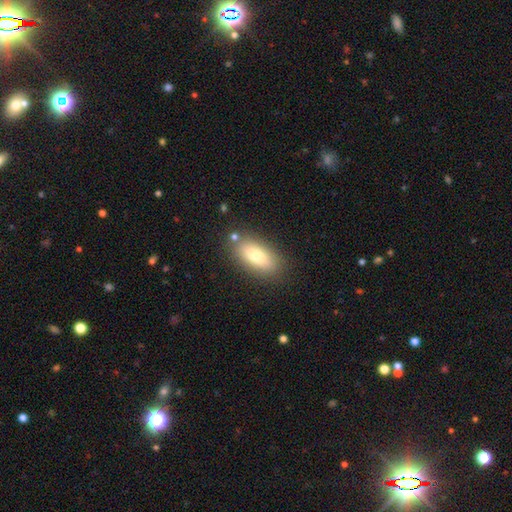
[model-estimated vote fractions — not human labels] smooth-or-featured: smooth: 75% | featured or disk: 17% | star or artifact: 8%
  how-rounded: in between: 84% | cigar-shaped: 13% | round: 4%
  merging: none: 80% | minor disturbance: 12% | merger: 4% | major disturbance: 3%